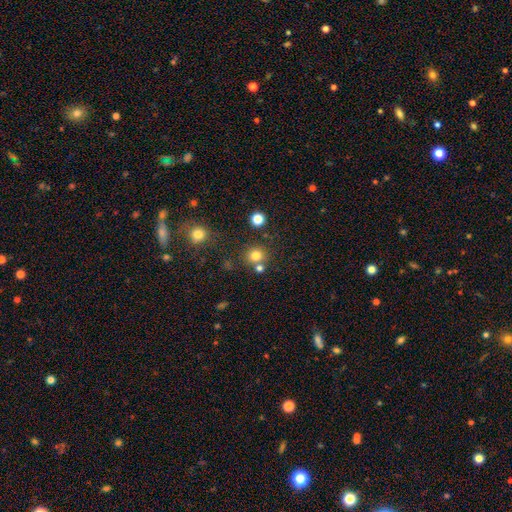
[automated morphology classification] type=smooth (78%); roundness=round (91%); merging=none (73%).